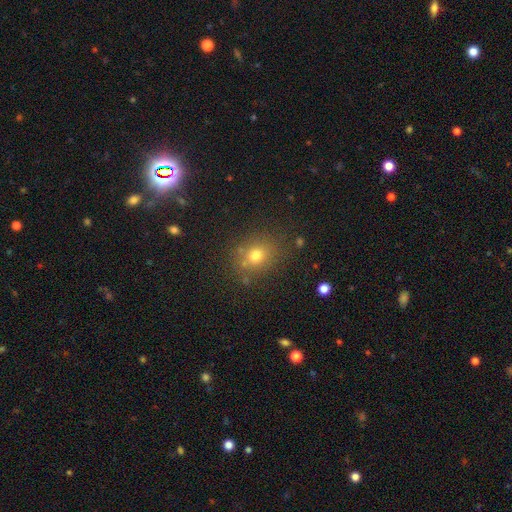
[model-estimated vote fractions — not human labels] smooth 73%, star or artifact 17%, featured or disk 10%. Down the decision tree: how rounded — round (69%); merging — none (78%).